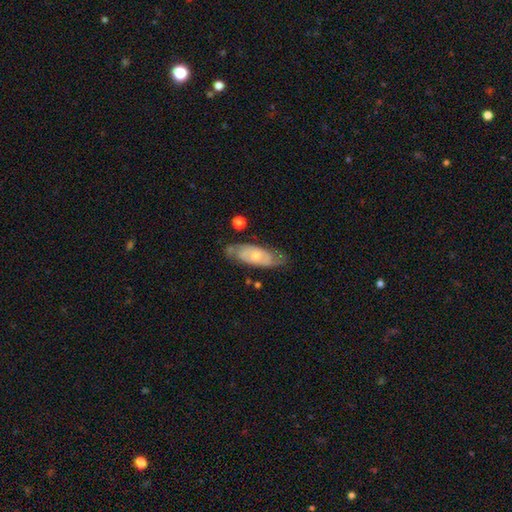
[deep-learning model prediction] A featured or disk galaxy (59%). Merging: none (66%).